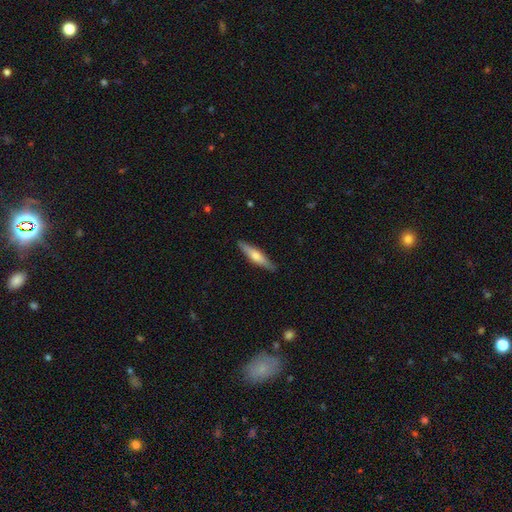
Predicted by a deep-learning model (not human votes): Smooth or featured? Predicted: featured or disk (p=0.49). Merging? Predicted: none (p=0.88).